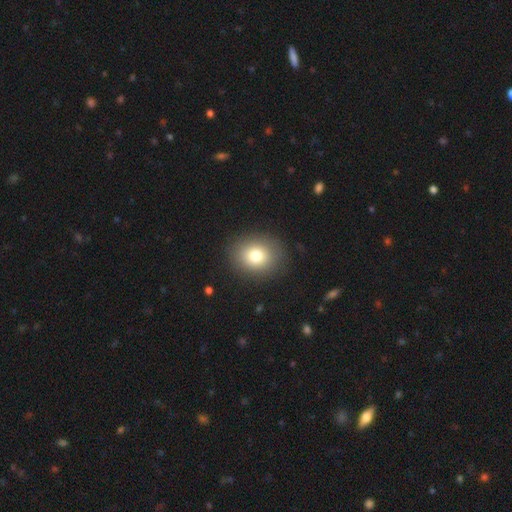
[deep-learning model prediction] This appears to be a smooth galaxy with no disk features (79%) that is round (62%). Merging: none (87%).